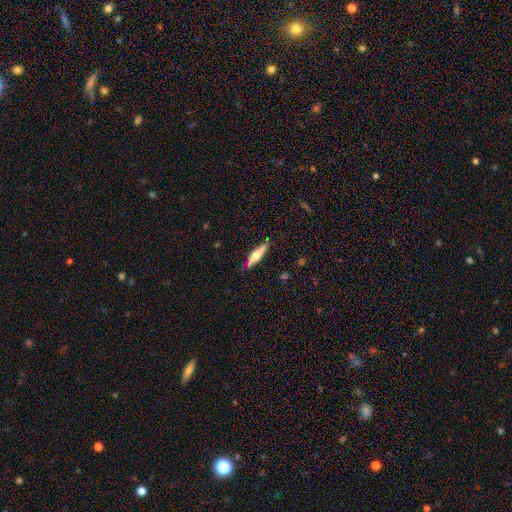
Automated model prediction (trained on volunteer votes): Morphology: type=featured or disk (58%); edge-on=yes (95%); edge-on bulge=rounded (92%); merging=none (86%).